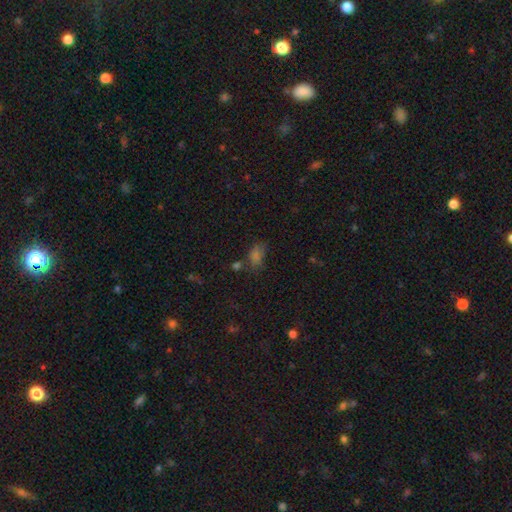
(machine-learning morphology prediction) This is likely a smooth galaxy (64%). How rounded: clearly in between (83%). Merging: possibly none (57%).